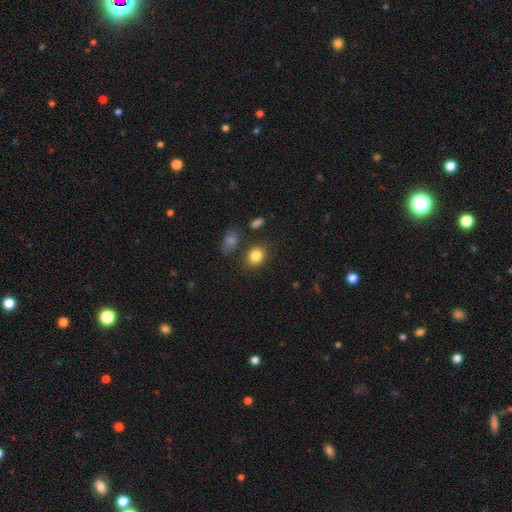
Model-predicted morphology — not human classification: The model was most divided on "how rounded": round: 55%, in between: 44%, cigar-shaped: 1%. More confident: smooth or featured — smooth (83%); merging — none (78%).